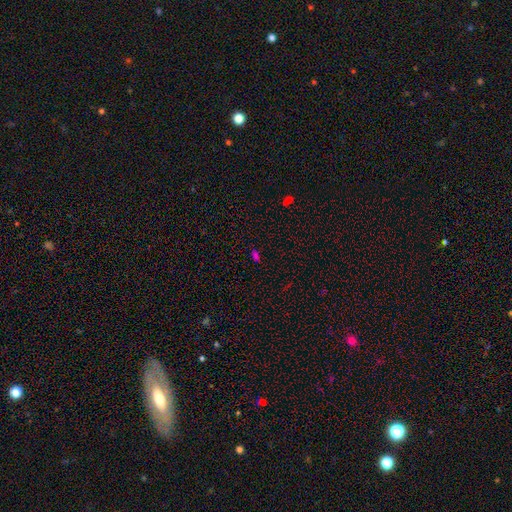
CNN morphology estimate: Q: Smooth or featured?
A: smooth (56%); runner-up: star or artifact (37%)
Q: How rounded?
A: in between (81%); runner-up: round (11%)
Q: Merging?
A: none (76%); runner-up: minor disturbance (13%)